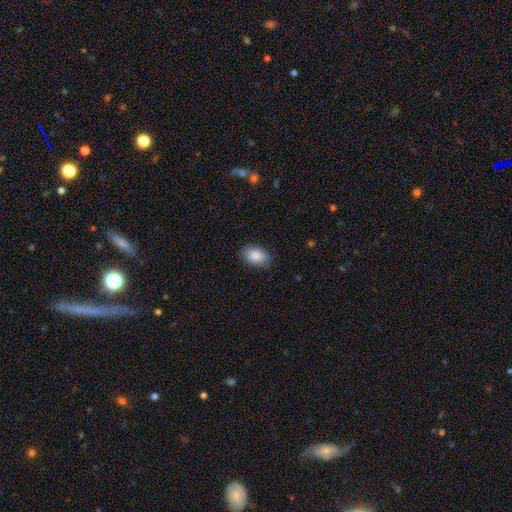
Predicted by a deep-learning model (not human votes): Smooth or featured: smooth — 88% (star or artifact — 7%)
How rounded: in between — 88% (round — 11%)
Merging: none — 86% (minor disturbance — 11%)